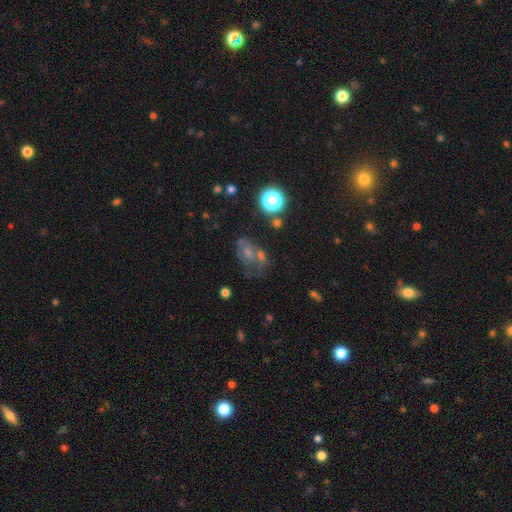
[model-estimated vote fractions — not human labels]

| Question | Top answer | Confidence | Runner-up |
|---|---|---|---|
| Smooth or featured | featured or disk | 35% | star or artifact (34%) |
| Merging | none | 41% | major disturbance (20%) |